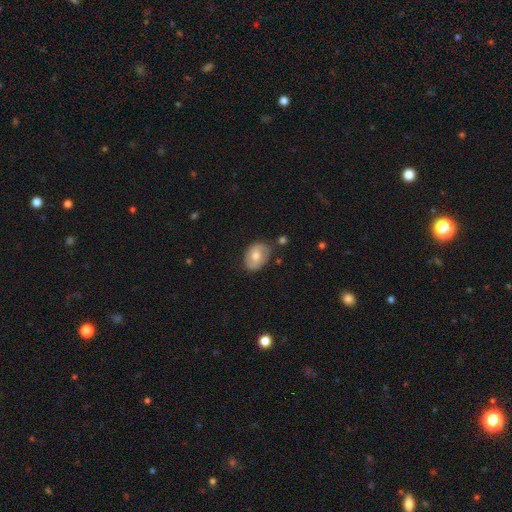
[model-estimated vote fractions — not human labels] smooth-or-featured: smooth: 57% | featured or disk: 36% | star or artifact: 7%
  how-rounded: in between: 76% | round: 23% | cigar-shaped: 1%
  merging: none: 73% | minor disturbance: 20% | major disturbance: 4% | merger: 3%